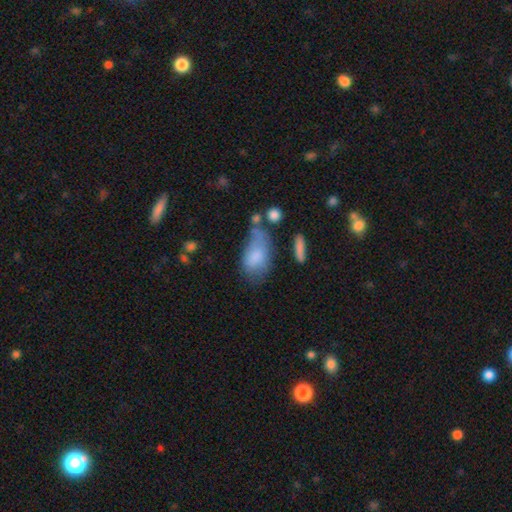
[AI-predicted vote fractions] Smooth or featured?
  - smooth: 73% *
  - featured or disk: 18%
  - star or artifact: 9%
How rounded?
  - in between: 90% *
  - round: 5%
  - cigar-shaped: 4%
Merging?
  - minor disturbance: 34% * (tied)
  - none: 34% * (tied)
  - major disturbance: 20%
  - merger: 11%